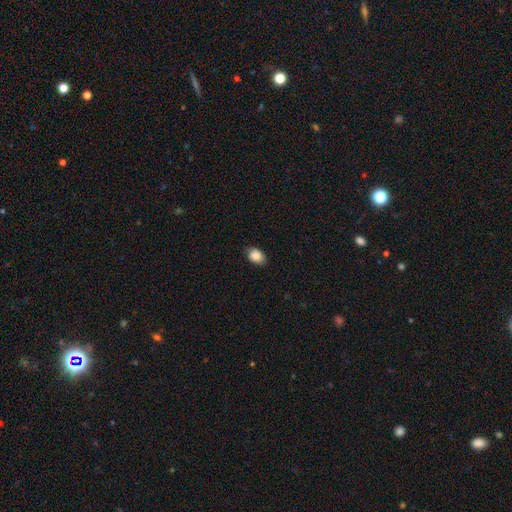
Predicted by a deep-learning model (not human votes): This is clearly a smooth galaxy (89%). How rounded: likely in between (75%). Merging: clearly none (83%).